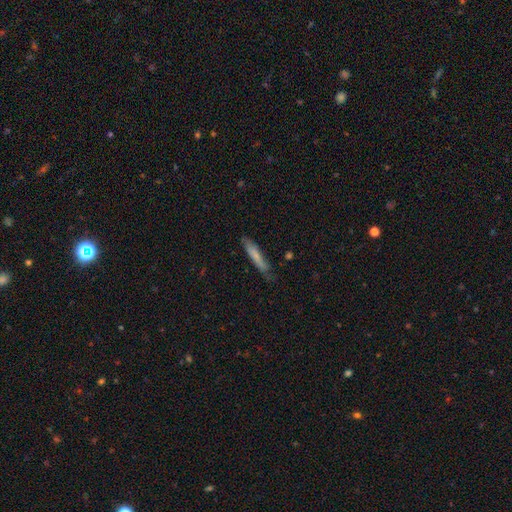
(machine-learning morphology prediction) A smooth galaxy with no disk features (69%) that is cigar-shaped (89%).

Vote fractions:
- Smooth or featured? smooth: 69% / featured or disk: 25% / star or artifact: 6%
- How rounded? cigar-shaped: 89% / in between: 10% / round: 1%
- Merging? none: 71% / minor disturbance: 22% / major disturbance: 4% / merger: 2%